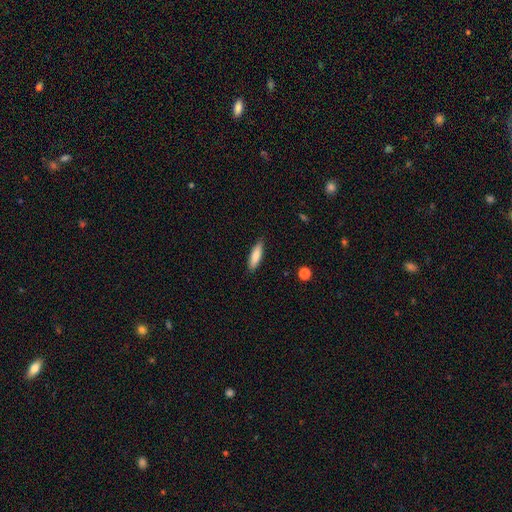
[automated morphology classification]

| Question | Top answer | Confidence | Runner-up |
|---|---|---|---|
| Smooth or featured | smooth | 81% | featured or disk (13%) |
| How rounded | cigar-shaped | 63% | in between (36%) |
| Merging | none | 87% | minor disturbance (10%) |